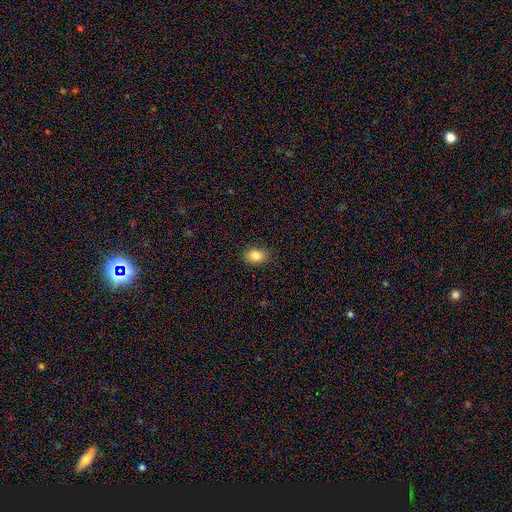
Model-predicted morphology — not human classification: Smooth or featured? smooth (84%)
How rounded? in between (76%)
Merging? none (87%)